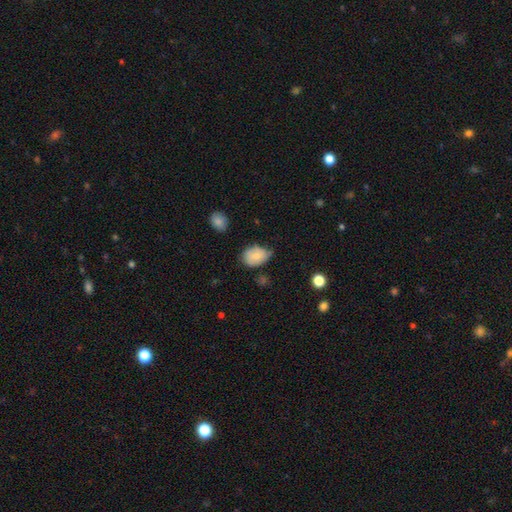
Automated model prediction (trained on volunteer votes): Q: Smooth or featured?
A: smooth (74%); runner-up: featured or disk (19%)
Q: How rounded?
A: in between (72%); runner-up: round (27%)
Q: Merging?
A: minor disturbance (45%); runner-up: none (42%)